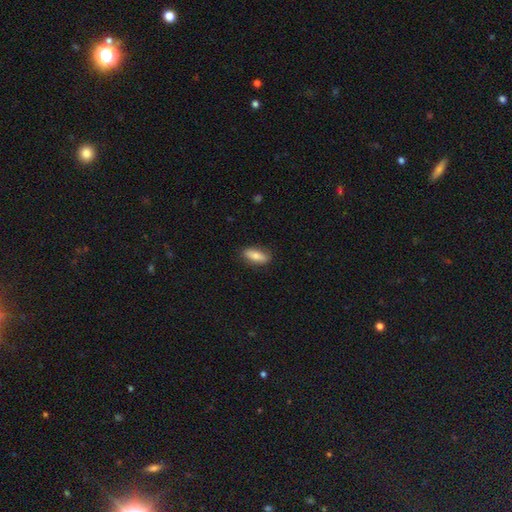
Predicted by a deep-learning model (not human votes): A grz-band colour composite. It shows a smooth galaxy with no disk features (76%) that is in between round and cigar-shaped (70%). Merging: none (85%).